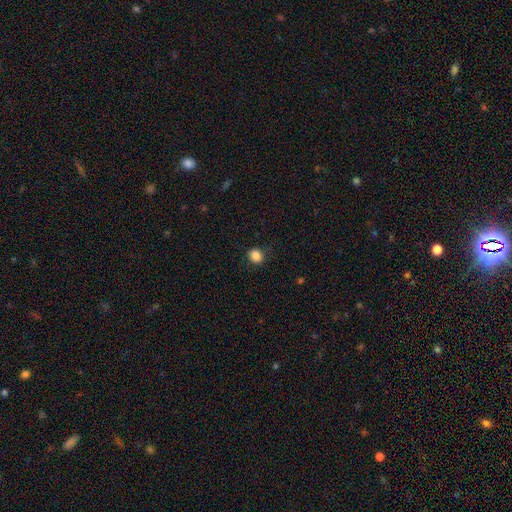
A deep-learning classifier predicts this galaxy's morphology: smooth_or_featured: smooth (p=0.86) [alt: star or artifact p=0.10]
how_rounded: round (p=0.70) [alt: in between p=0.29]
merging: none (p=0.85) [alt: minor disturbance p=0.11]